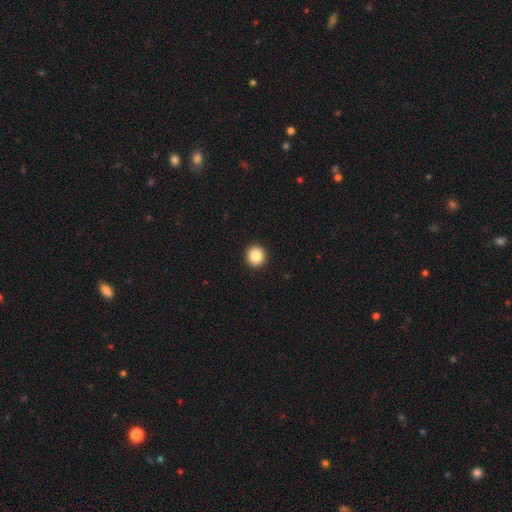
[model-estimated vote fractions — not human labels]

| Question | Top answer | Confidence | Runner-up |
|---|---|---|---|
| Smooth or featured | smooth | 86% | star or artifact (9%) |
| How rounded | round | 95% | in between (4%) |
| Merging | none | 94% | minor disturbance (4%) |